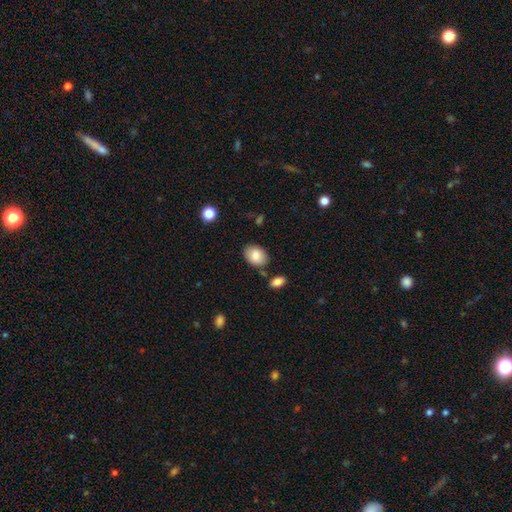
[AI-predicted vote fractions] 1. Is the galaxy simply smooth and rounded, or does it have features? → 85% smooth, 8% featured or disk, 7% star or artifact.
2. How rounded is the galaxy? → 74% in between, 25% round, 1% cigar-shaped.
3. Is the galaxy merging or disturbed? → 79% none, 13% minor disturbance, 5% merger, 3% major disturbance.